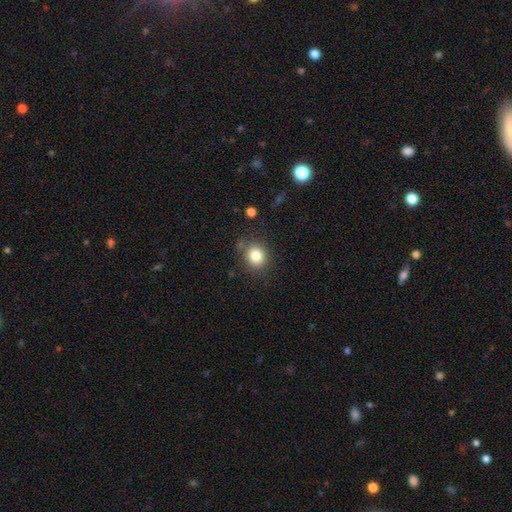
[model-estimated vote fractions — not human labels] The model was most divided on "how rounded": round: 74%, in between: 25%, cigar-shaped: 1%. More confident: smooth or featured — smooth (82%); merging — none (80%).